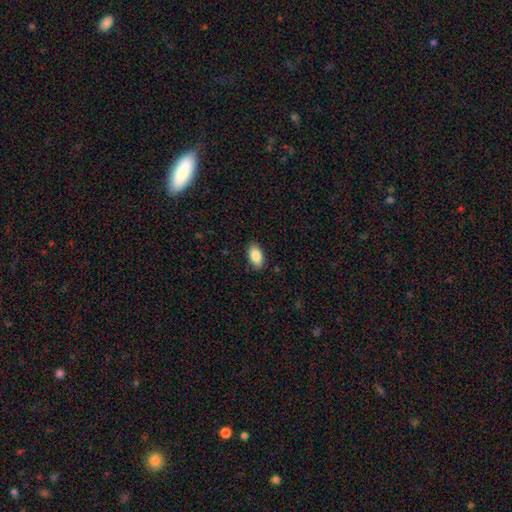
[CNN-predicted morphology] This is clearly a smooth galaxy (88%). How rounded: clearly in between (93%). Merging: clearly none (86%).